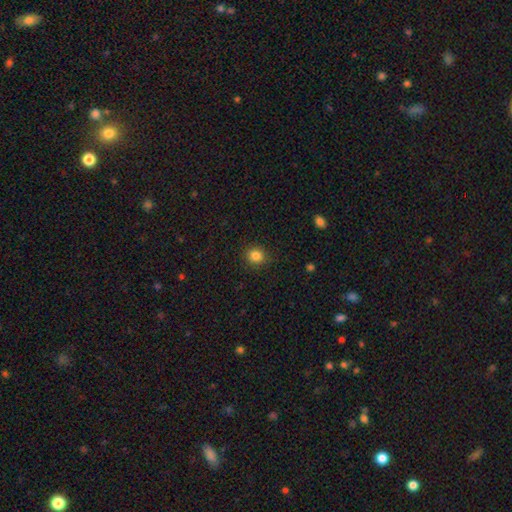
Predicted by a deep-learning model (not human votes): Overall: smooth (84%). How rounded: round (81%). Merging: none (90%).